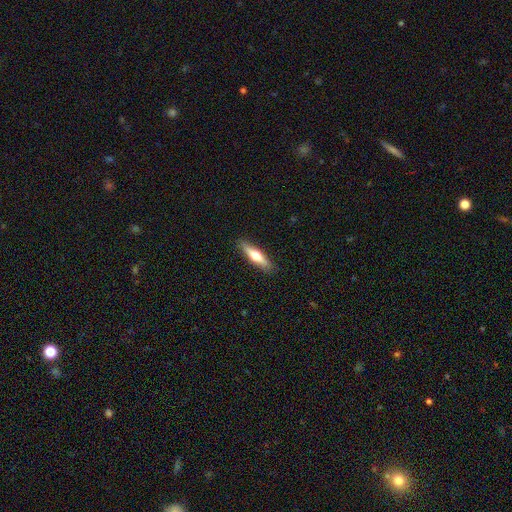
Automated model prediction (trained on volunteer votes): smooth_or_featured: smooth (p=0.49) [alt: featured or disk p=0.46]
merging: none (p=0.89) [alt: minor disturbance p=0.09]